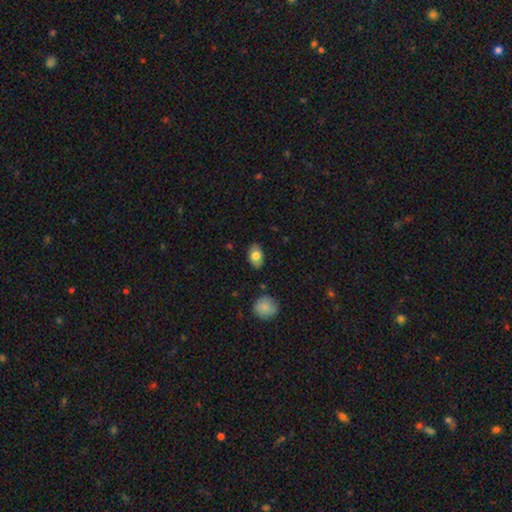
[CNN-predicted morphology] The model was most divided on "smooth or featured": smooth: 77%, featured or disk: 16%, star or artifact: 7%. More confident: how rounded — in between (86%); merging — none (83%).